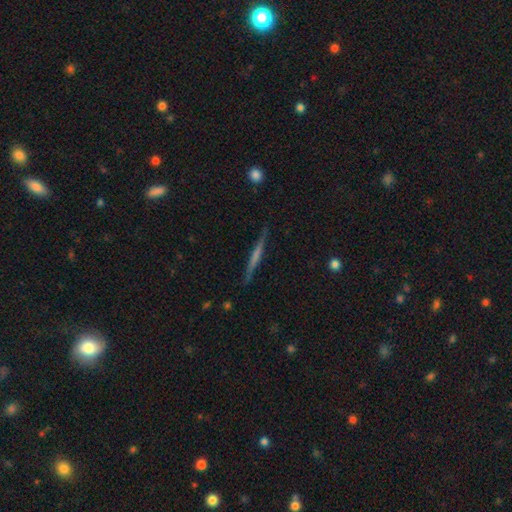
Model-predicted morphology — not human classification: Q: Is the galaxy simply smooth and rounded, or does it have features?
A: featured or disk — 58%.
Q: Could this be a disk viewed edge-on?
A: yes — 94%.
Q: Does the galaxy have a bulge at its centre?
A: rounded — 58%.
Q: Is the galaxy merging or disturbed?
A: none — 87%.